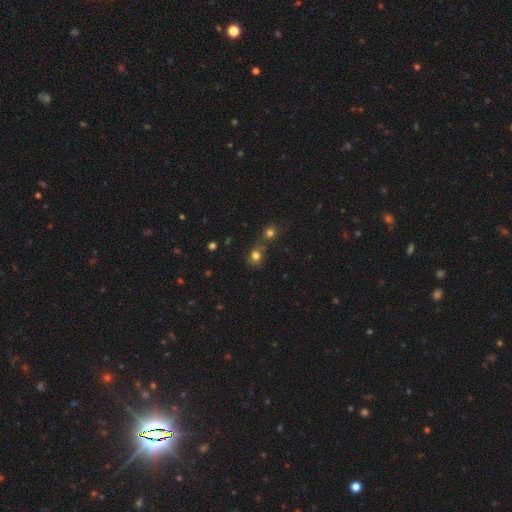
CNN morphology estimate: A smooth galaxy with no disk features (74%) that is round (76%).

Vote fractions:
- Smooth or featured? smooth: 74% / star or artifact: 17% / featured or disk: 9%
- How rounded? round: 76% / in between: 23% / cigar-shaped: 1%
- Merging? none: 45% / merger: 40% / minor disturbance: 10% / major disturbance: 5%